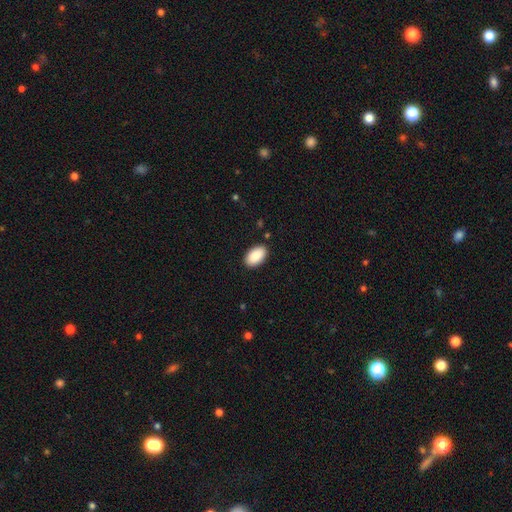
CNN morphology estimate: Smooth or featured? smooth (89%)
How rounded? in between (95%)
Merging? none (89%)